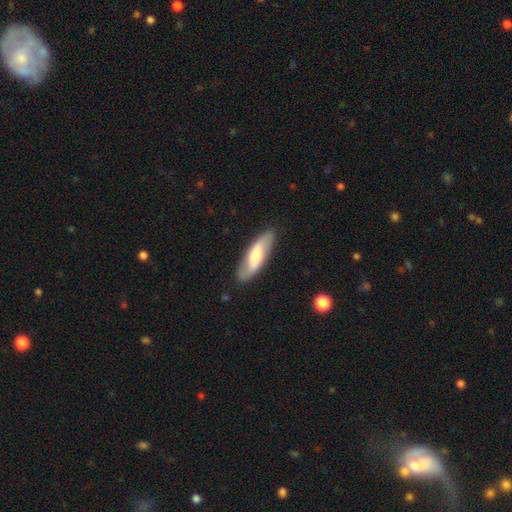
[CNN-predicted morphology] The model was most divided on "smooth or featured": featured or disk: 49%, smooth: 46%, star or artifact: 5%. More confident: merging — none (83%).